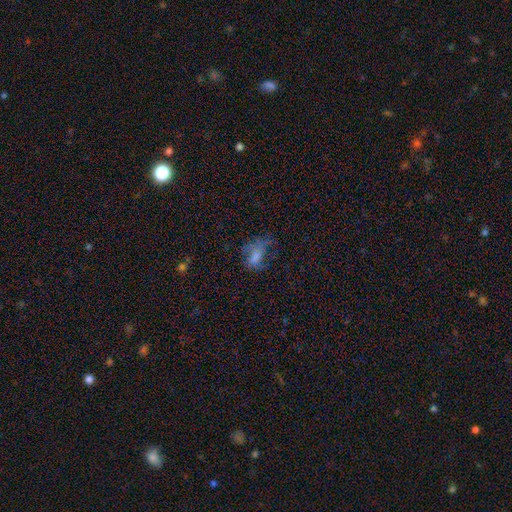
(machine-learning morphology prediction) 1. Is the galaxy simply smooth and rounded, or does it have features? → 54% smooth, 29% featured or disk, 17% star or artifact.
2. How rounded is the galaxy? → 83% in between, 14% round, 4% cigar-shaped.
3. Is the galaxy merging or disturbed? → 44% major disturbance, 29% none, 23% minor disturbance, 4% merger.